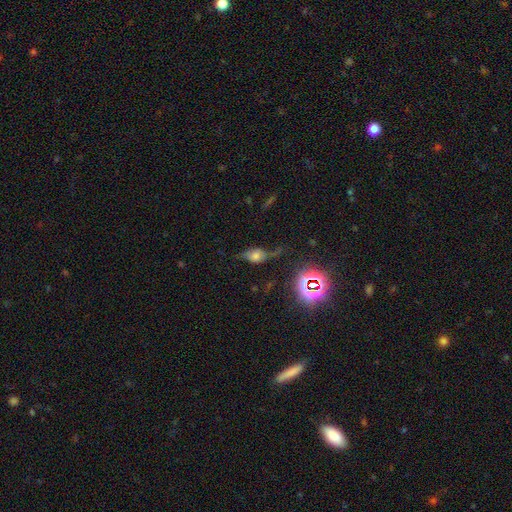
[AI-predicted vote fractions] This is marginally a smooth galaxy (40%). Merging: possibly none (47%).